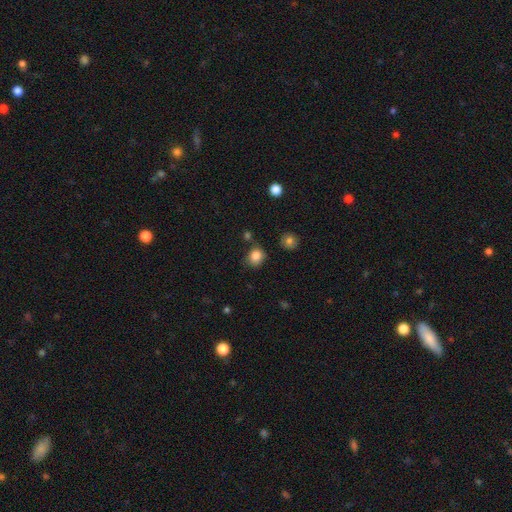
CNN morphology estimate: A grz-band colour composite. It shows a smooth galaxy with no disk features (84%) that is round (75%). Merging: none (74%).